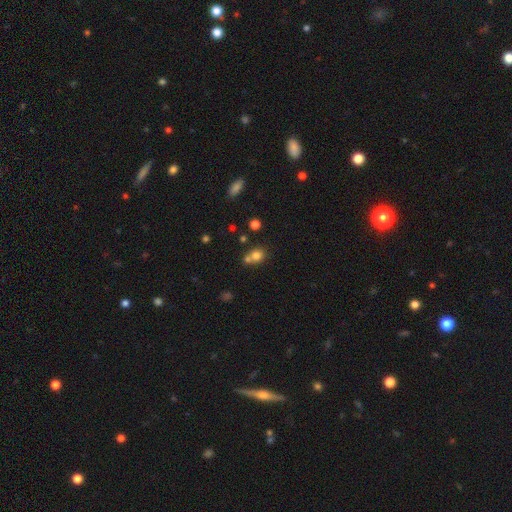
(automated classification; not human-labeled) A smooth galaxy with no disk features (76%) that is round (76%).

Vote fractions:
- Smooth or featured? smooth: 76% / star or artifact: 14% / featured or disk: 10%
- How rounded? round: 76% / in between: 23% / cigar-shaped: 1%
- Merging? none: 47% / merger: 41% / minor disturbance: 8% / major disturbance: 3%